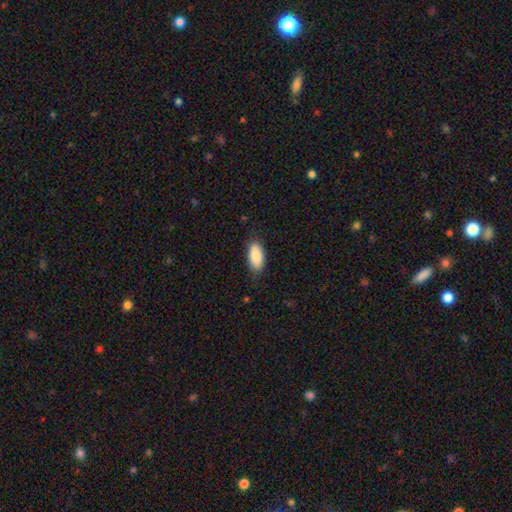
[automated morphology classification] This is clearly a smooth galaxy (87%). How rounded: clearly in between (90%). Merging: clearly none (81%).